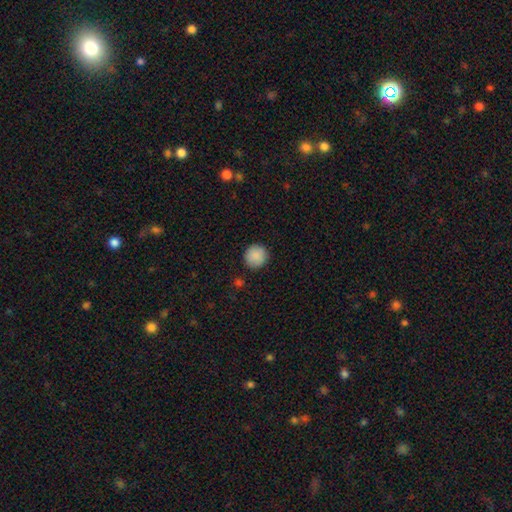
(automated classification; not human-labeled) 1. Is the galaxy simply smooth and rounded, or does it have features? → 89% smooth, 8% star or artifact, 3% featured or disk.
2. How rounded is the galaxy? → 94% round, 5% in between, 1% cigar-shaped.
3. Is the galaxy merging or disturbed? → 90% none, 6% minor disturbance, 2% major disturbance, 1% merger.